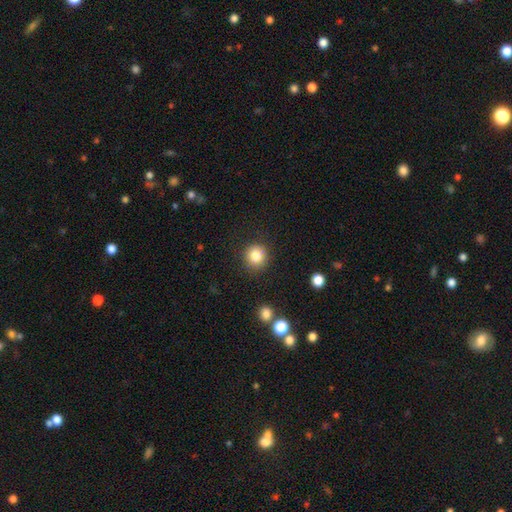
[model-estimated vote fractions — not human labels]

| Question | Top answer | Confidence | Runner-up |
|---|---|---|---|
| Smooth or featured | smooth | 84% | star or artifact (10%) |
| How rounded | round | 90% | in between (10%) |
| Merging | none | 86% | minor disturbance (9%) |